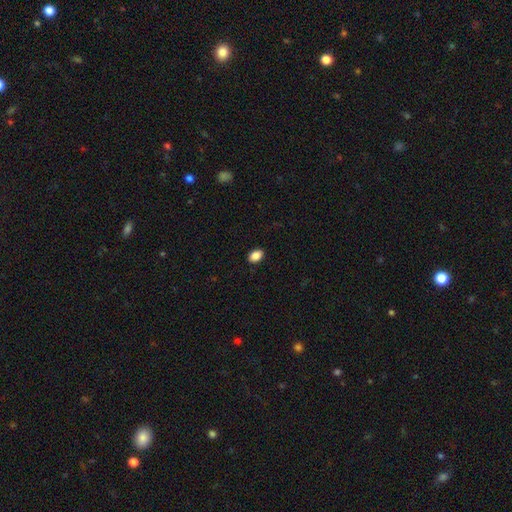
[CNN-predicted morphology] Smooth or featured? smooth (88%)
How rounded? in between (83%)
Merging? none (89%)